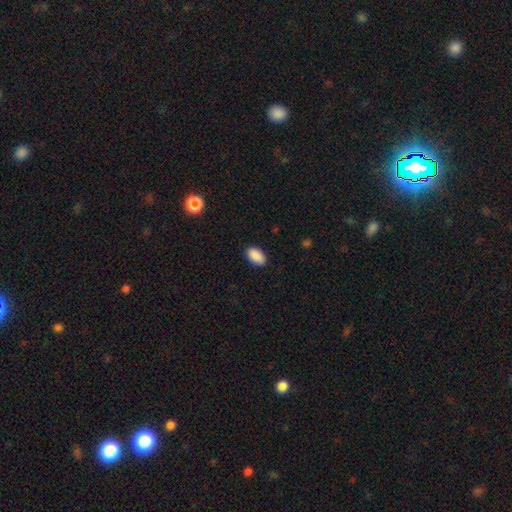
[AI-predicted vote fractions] smooth 90%, star or artifact 7%, featured or disk 3%. Down the decision tree: how rounded — in between (94%); merging — none (88%).